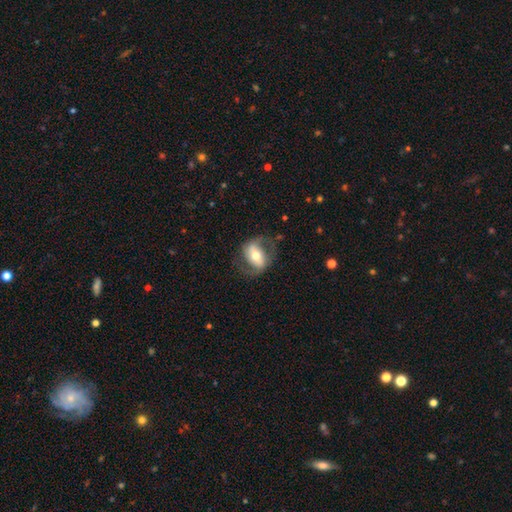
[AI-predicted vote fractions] Morphology: type=featured or disk (64%); edge-on=no (92%); bar=strong (45%); spiral arms=yes (71%); bulge=moderate (65%); merging=none (66%).